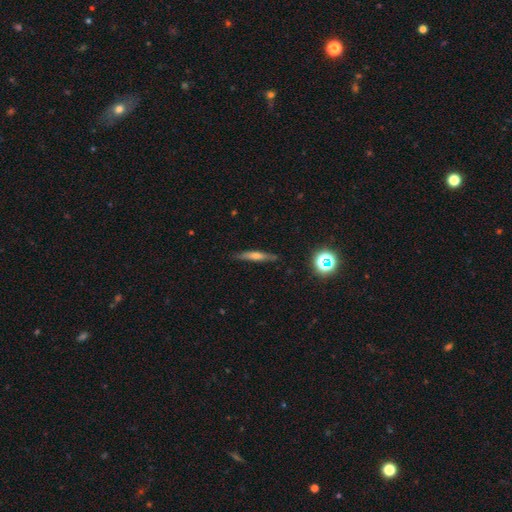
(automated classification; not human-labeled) This appears to be a featured or disk galaxy (49%). Merging: none (87%).